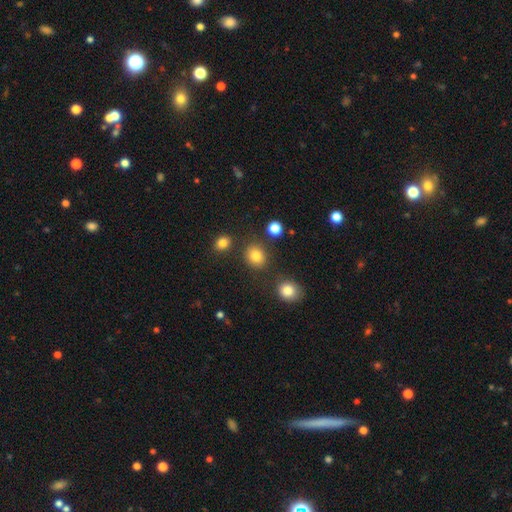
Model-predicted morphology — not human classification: Smooth or featured? smooth (83%)
How rounded? round (73%)
Merging? none (81%)